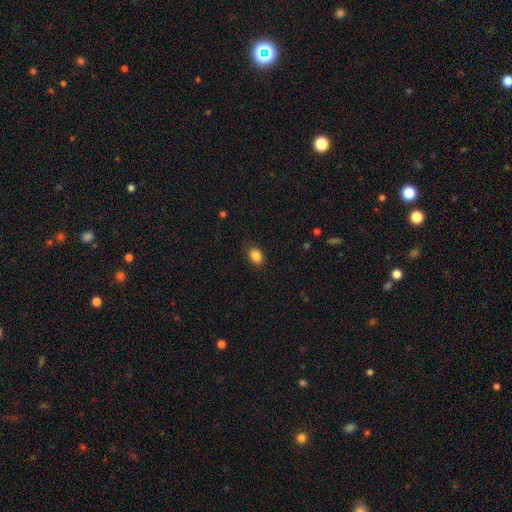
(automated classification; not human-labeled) Q: Smooth or featured?
A: smooth (87%); runner-up: star or artifact (9%)
Q: How rounded?
A: in between (75%); runner-up: round (24%)
Q: Merging?
A: none (87%); runner-up: minor disturbance (10%)